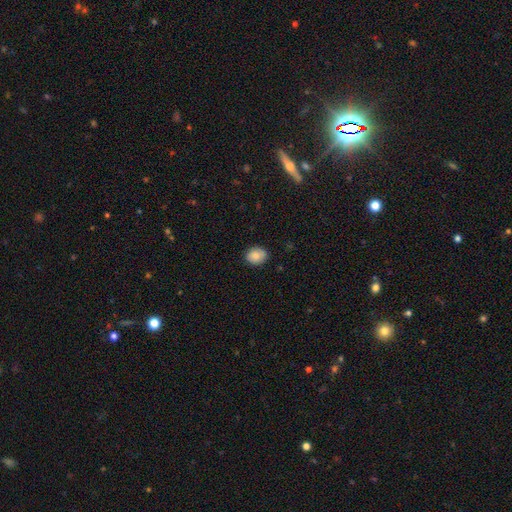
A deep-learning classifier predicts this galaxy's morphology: This is clearly a smooth galaxy (83%). How rounded: possibly round (57%). Merging: clearly none (82%).